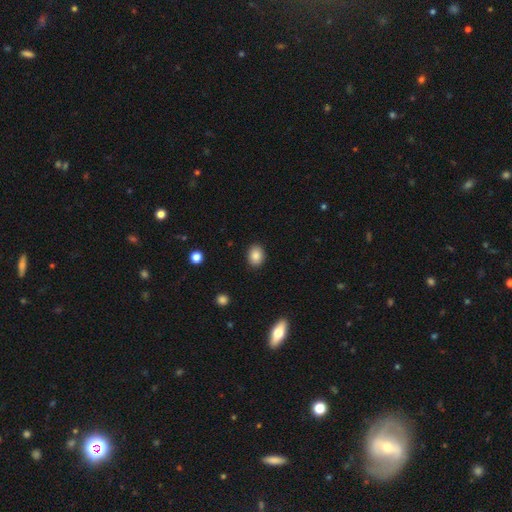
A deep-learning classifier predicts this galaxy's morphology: smooth 87%, star or artifact 8%, featured or disk 5%. Down the decision tree: how rounded — in between (60%); merging — none (89%).